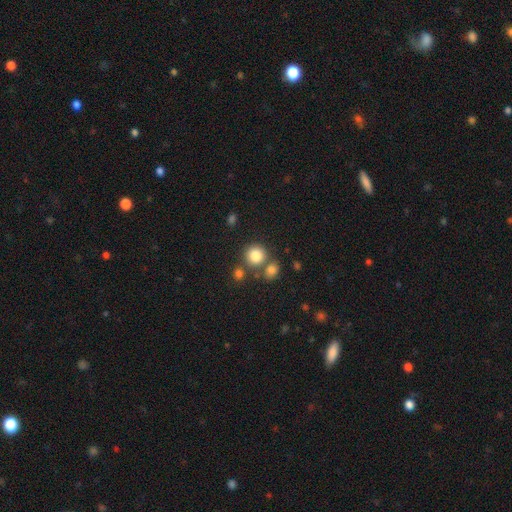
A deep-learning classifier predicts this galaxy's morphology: Smooth or featured? Predicted: smooth (p=0.82). How rounded? Predicted: round (p=0.88). Merging? Predicted: none (p=0.67).